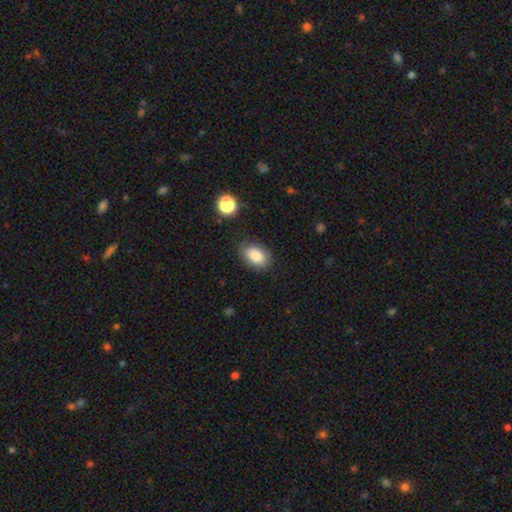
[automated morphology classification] smooth-or-featured: smooth: 85% | star or artifact: 8% | featured or disk: 6%
  how-rounded: in between: 86% | round: 12% | cigar-shaped: 1%
  merging: none: 82% | minor disturbance: 13% | major disturbance: 3% | merger: 2%